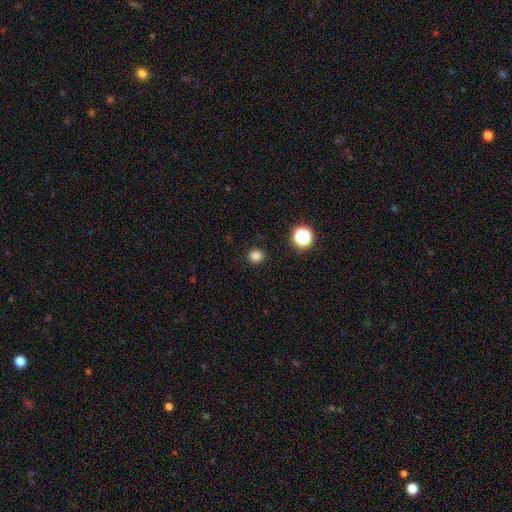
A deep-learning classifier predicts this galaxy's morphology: Smooth or featured? smooth (82%)
How rounded? round (86%)
Merging? none (91%)